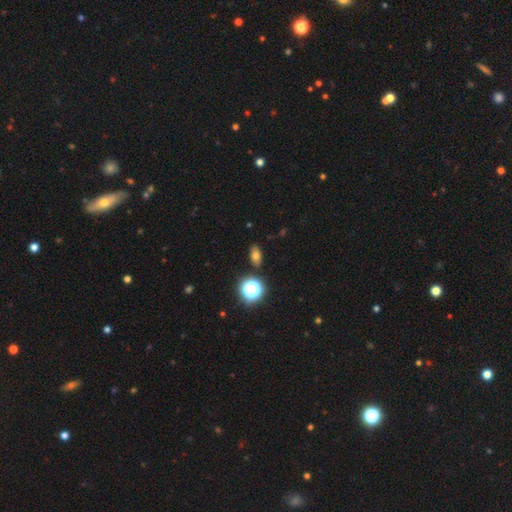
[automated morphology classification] The model was most divided on "smooth or featured": smooth: 69%, star or artifact: 19%, featured or disk: 12%. More confident: merging — none (87%); how rounded — in between (81%).